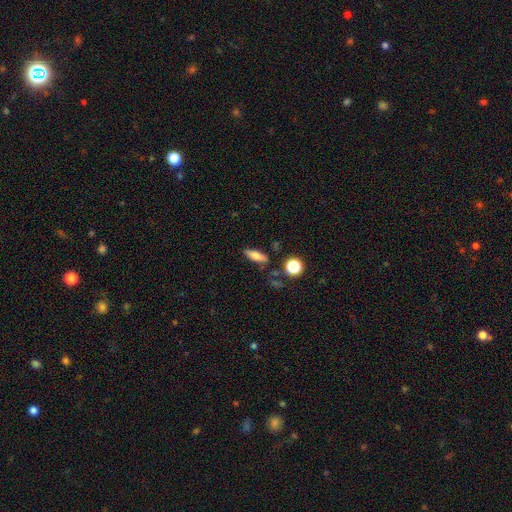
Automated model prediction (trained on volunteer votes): Smooth or featured? Predicted: smooth (p=0.72). How rounded? Predicted: in between (p=0.55). Merging? Predicted: none (p=0.80).